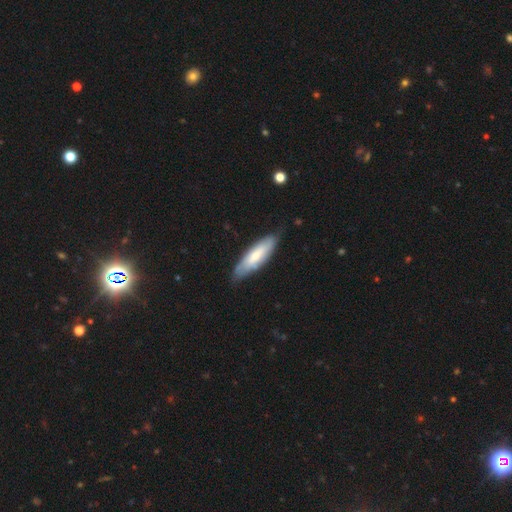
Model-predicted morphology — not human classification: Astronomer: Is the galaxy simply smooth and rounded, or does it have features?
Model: smooth — 63%.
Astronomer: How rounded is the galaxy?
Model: in between — 50% (runner-up: cigar-shaped, 49%).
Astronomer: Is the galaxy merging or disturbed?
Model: none — 75%.